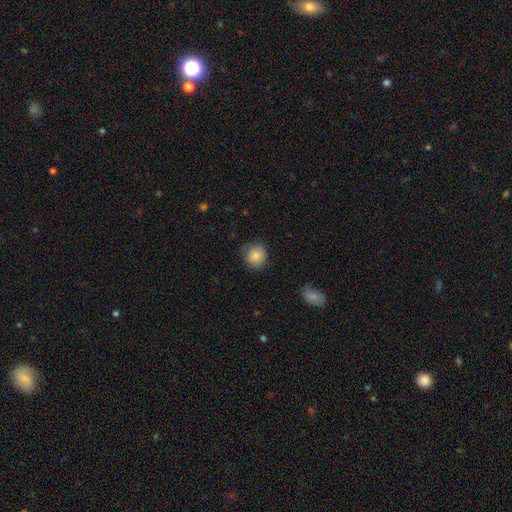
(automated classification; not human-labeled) The model was most divided on "merging": none: 78%, minor disturbance: 17%, major disturbance: 4%, merger: 1%. More confident: smooth or featured — smooth (85%); how rounded — round (84%).